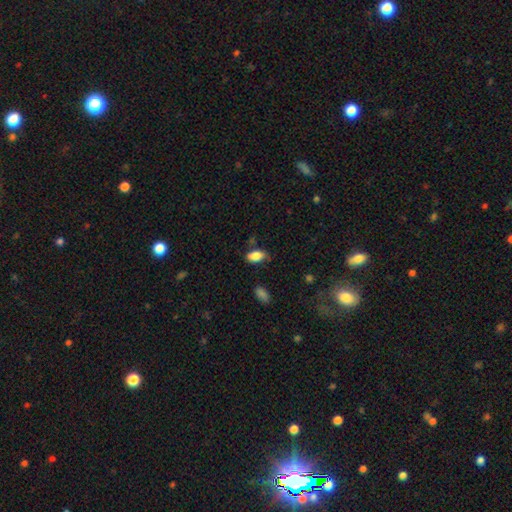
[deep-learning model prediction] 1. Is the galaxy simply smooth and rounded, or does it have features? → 85% smooth, 7% featured or disk, 7% star or artifact.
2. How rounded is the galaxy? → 93% in between, 4% round, 3% cigar-shaped.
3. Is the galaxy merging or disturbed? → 72% none, 21% minor disturbance, 4% major disturbance, 3% merger.